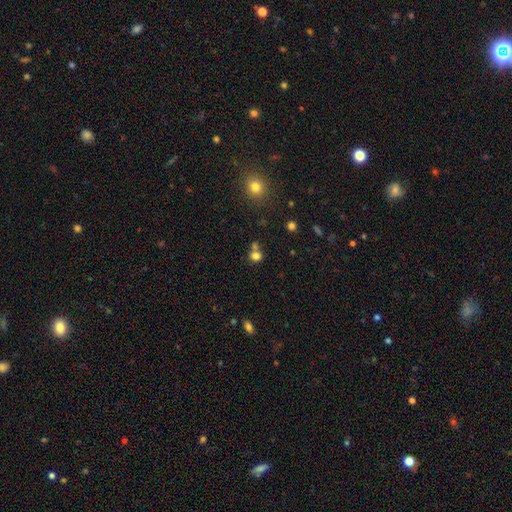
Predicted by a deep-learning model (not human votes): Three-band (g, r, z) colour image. It shows a smooth galaxy with no disk features (77%) that is round (75%). Merging: none (50%).